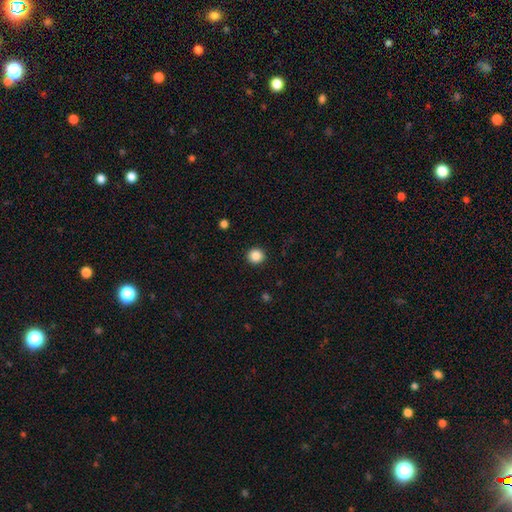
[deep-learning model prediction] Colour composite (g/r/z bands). It shows a smooth galaxy with no disk features (87%) that is round (94%). Merging: none (93%).